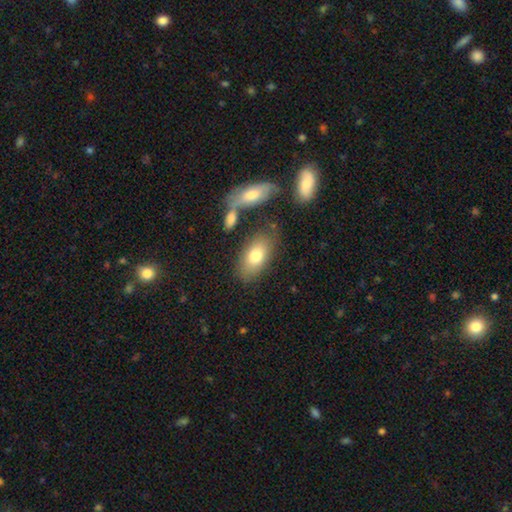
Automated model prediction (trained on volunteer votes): Smooth or featured? Predicted: smooth (p=0.76). How rounded? Predicted: in between (p=0.91). Merging? Predicted: none (p=0.71).